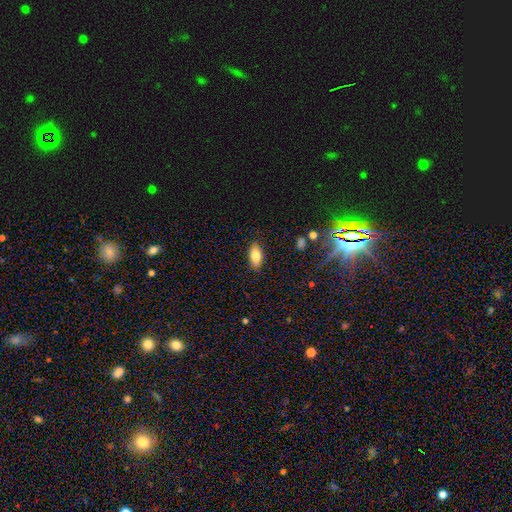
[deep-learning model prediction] smooth 76%, featured or disk 16%, star or artifact 8%. Down the decision tree: how rounded — in between (86%); merging — none (86%).